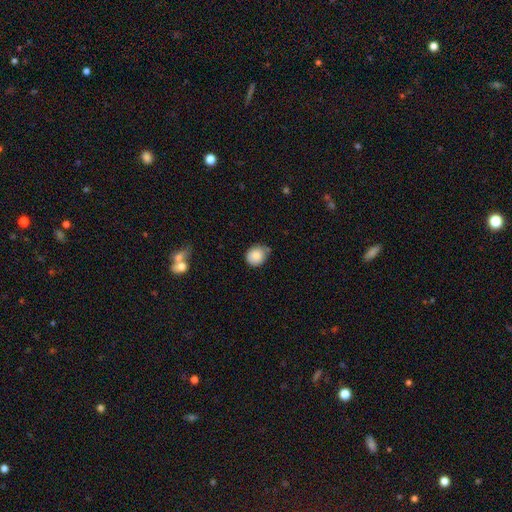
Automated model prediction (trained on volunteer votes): Smooth or featured? smooth (86%)
How rounded? round (69%)
Merging? none (60%)